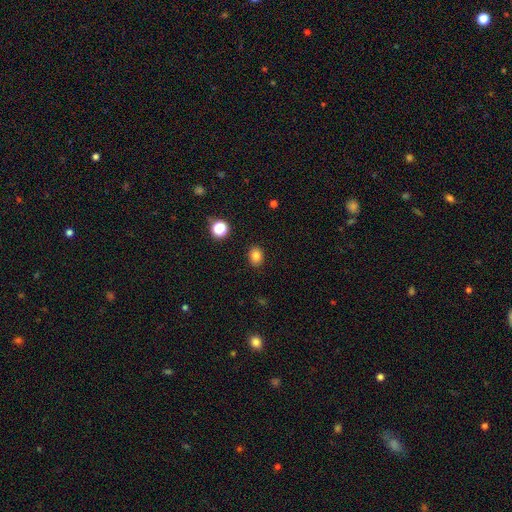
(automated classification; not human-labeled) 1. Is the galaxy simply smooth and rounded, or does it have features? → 82% smooth, 12% star or artifact, 6% featured or disk.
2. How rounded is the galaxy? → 58% in between, 41% round, 1% cigar-shaped.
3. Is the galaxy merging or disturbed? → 88% none, 8% minor disturbance, 2% major disturbance, 1% merger.